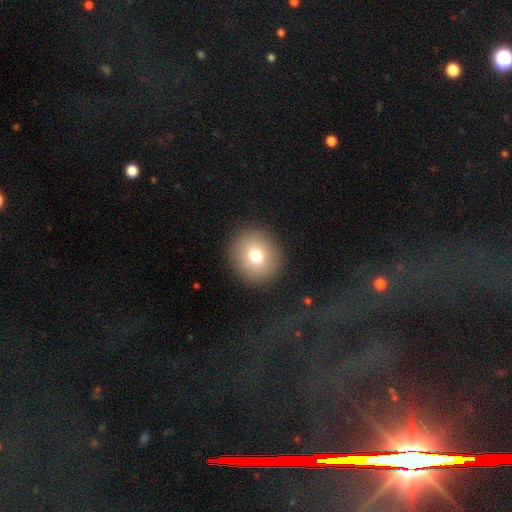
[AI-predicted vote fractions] The model was most divided on "smooth or featured": smooth: 75%, featured or disk: 14%, star or artifact: 11%. More confident: merging — none (90%); how rounded — round (82%).